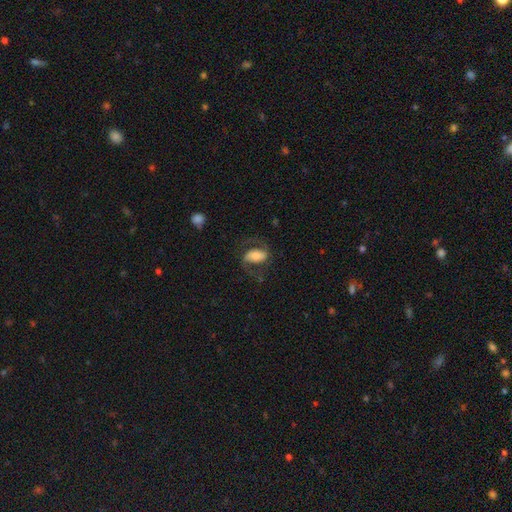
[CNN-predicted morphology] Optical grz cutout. It shows a featured or disk galaxy (71%) with a strong bar (39%), 2 (89%) medium (50%) spiral arms (91%) and a moderate central bulge (47%). Merging: none (65%).